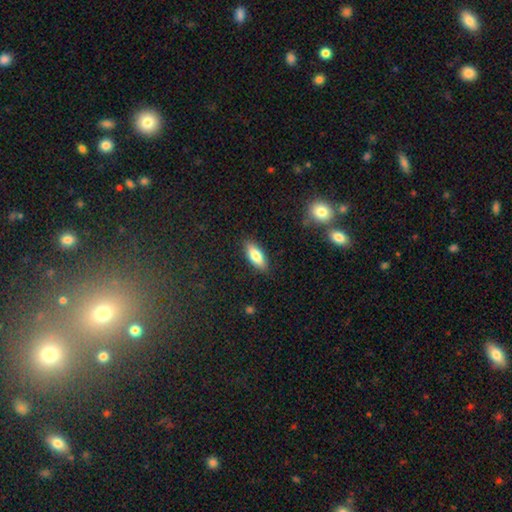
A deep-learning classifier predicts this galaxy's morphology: type=smooth (76%); roundness=in between (71%); merging=none (87%).